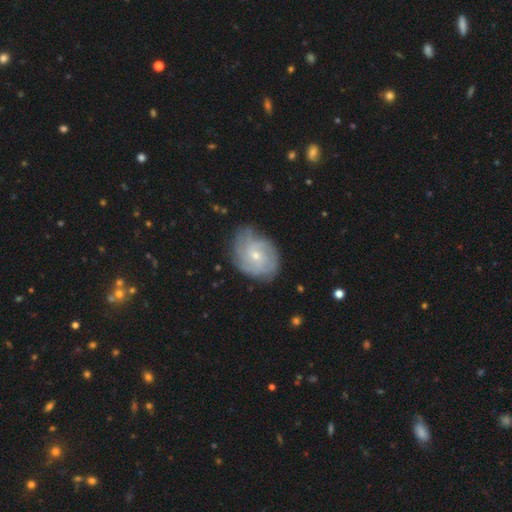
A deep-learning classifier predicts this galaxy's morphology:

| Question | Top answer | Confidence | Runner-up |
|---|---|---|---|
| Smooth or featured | featured or disk | 72% | smooth (21%) |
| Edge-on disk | no | 97% | yes (3%) |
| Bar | no | 71% | weak (26%) |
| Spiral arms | yes | 90% | no (10%) |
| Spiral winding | tight | 56% | medium (33%) |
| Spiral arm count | can't tell | 41% | 3 (19%) |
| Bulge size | small | 63% | moderate (33%) |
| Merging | none | 69% | minor disturbance (23%) |